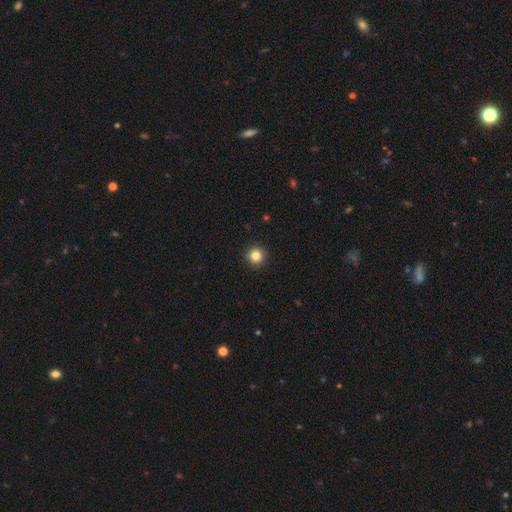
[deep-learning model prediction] Smooth or featured?
  - smooth: 84% *
  - star or artifact: 11%
  - featured or disk: 5%
How rounded?
  - round: 95% *
  - in between: 4%
  - cigar-shaped: 1%
Merging?
  - none: 93% *
  - minor disturbance: 5%
  - major disturbance: 2%
  - merger: 1%